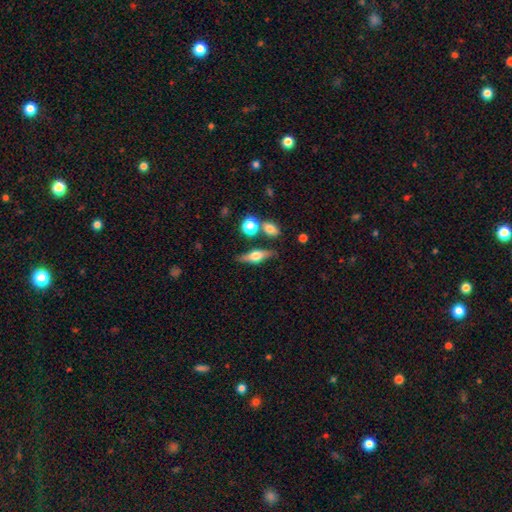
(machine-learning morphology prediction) smooth-or-featured: featured or disk: 55% | smooth: 38% | star or artifact: 8%
  disk-edge-on: yes: 90% | no: 10%
  merging: none: 76% | minor disturbance: 13% | merger: 8% | major disturbance: 4%